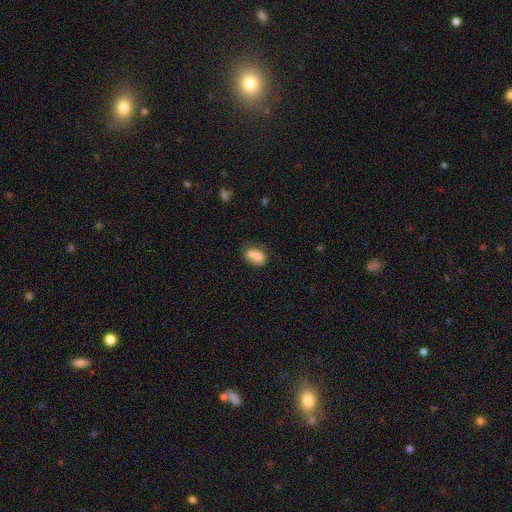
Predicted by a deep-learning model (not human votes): Smooth or featured? Predicted: smooth (p=0.75). How rounded? Predicted: in between (p=0.75). Merging? Predicted: merger (p=0.45).